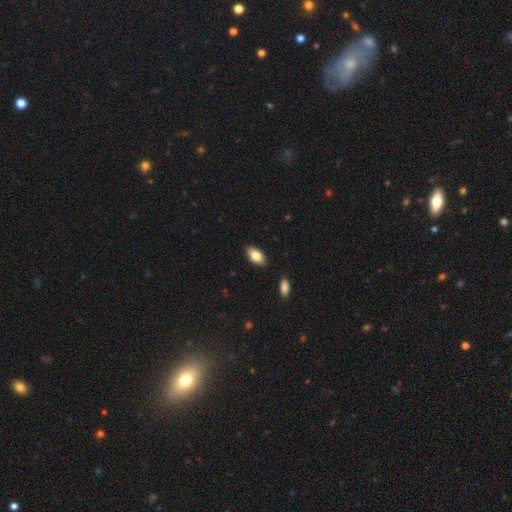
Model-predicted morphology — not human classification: Smooth or featured: smooth — 83% (featured or disk — 10%)
How rounded: in between — 91% (round — 5%)
Merging: none — 85% (minor disturbance — 11%)